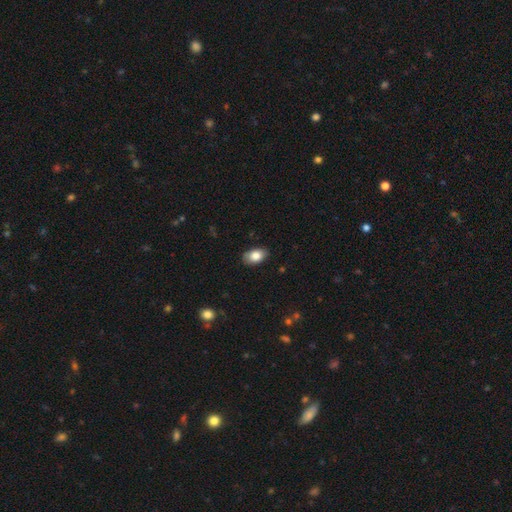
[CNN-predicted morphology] The model was most divided on "merging": none: 84%, minor disturbance: 13%, major disturbance: 2%, merger: 1%. More confident: how rounded — in between (90%); smooth or featured — smooth (84%).